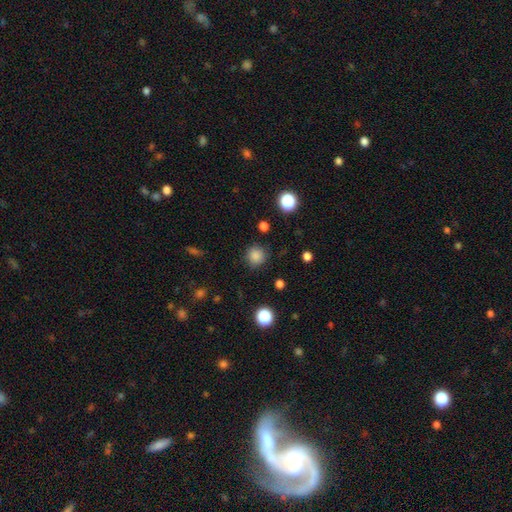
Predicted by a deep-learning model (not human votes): The model was most divided on "smooth or featured": smooth: 84%, star or artifact: 12%, featured or disk: 4%. More confident: how rounded — round (92%); merging — none (86%).